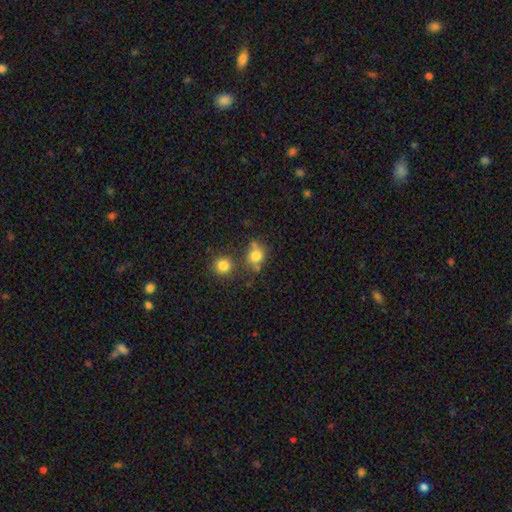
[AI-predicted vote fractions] This is likely a smooth galaxy (76%). How rounded: likely round (74%). Merging: possibly none (57%).